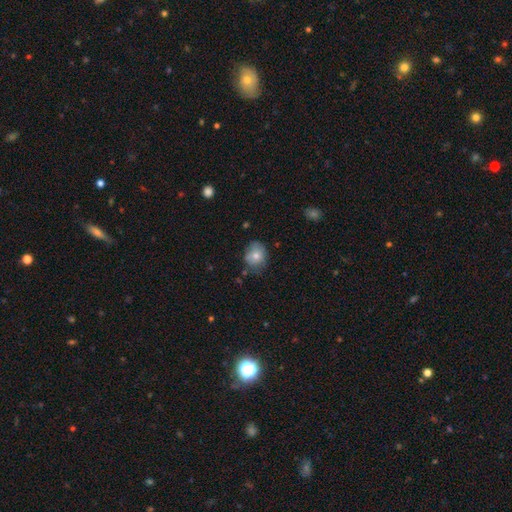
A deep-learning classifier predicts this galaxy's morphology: Overall: smooth (74%). How rounded: round (59%; in between 40%). Merging: none (62%; minor disturbance 29%).